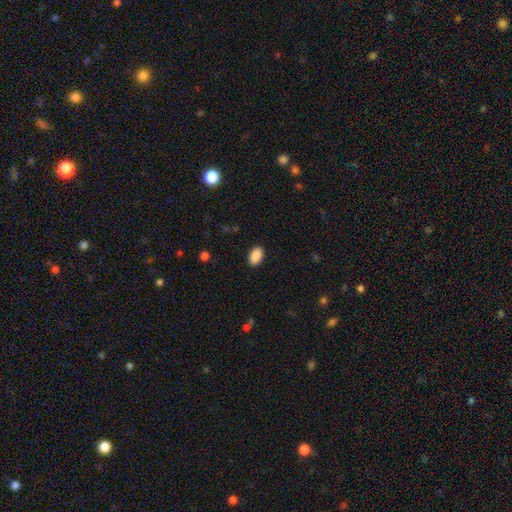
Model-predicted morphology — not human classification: The model was most divided on "merging": none: 89%, minor disturbance: 8%, major disturbance: 2%, merger: 1%. More confident: how rounded — in between (92%); smooth or featured — smooth (90%).